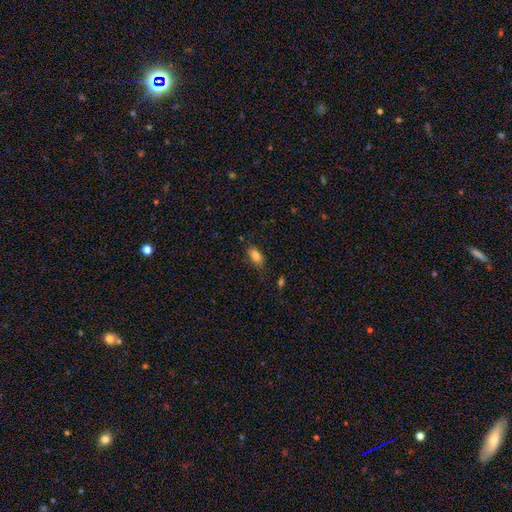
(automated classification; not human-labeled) Smooth or featured? smooth (82%)
How rounded? in between (88%)
Merging? none (71%)